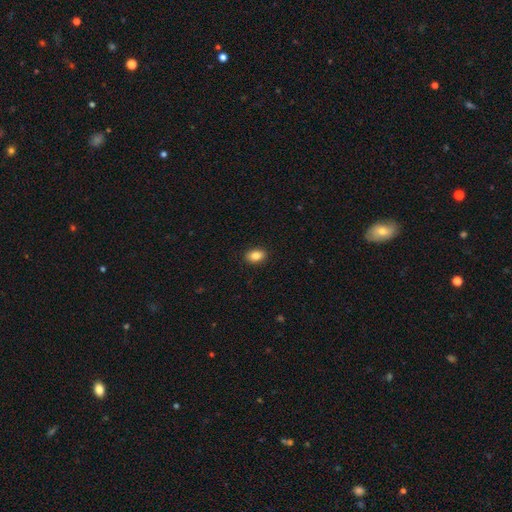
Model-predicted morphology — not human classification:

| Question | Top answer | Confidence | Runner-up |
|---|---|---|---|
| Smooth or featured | smooth | 87% | star or artifact (8%) |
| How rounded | in between | 86% | round (13%) |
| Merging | none | 91% | minor disturbance (7%) |